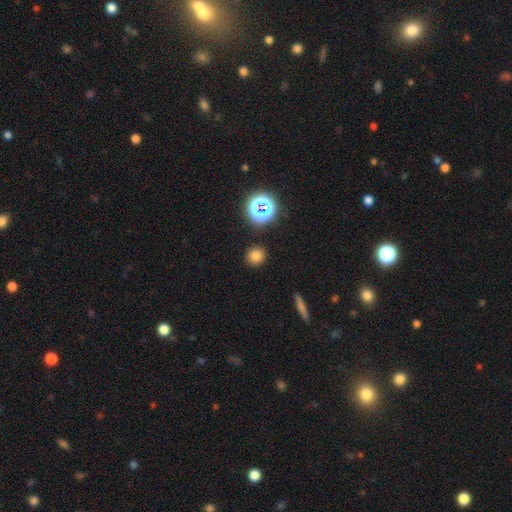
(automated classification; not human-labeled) Smooth or featured? Predicted: smooth (p=0.75). How rounded? Predicted: round (p=0.91). Merging? Predicted: none (p=0.90).